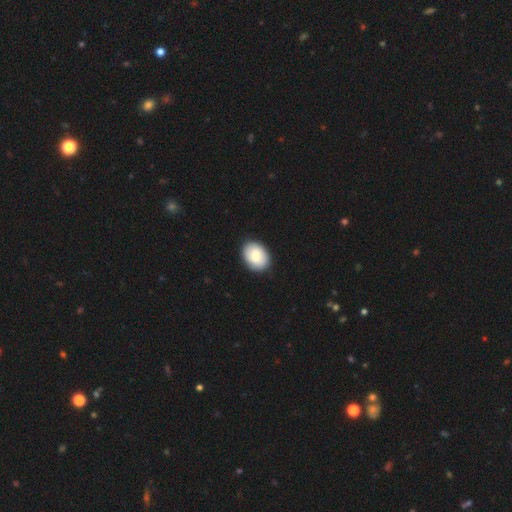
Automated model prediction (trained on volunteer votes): Overall: smooth (80%). How rounded: in between (72%). Merging: none (88%).